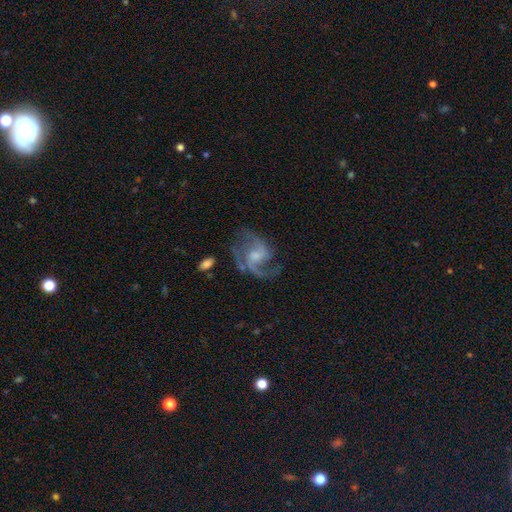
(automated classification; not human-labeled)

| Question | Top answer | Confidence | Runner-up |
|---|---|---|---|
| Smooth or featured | featured or disk | 88% | smooth (6%) |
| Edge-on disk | no | 98% | yes (2%) |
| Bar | no | 49% | weak (43%) |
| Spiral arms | yes | 96% | no (4%) |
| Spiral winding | medium | 52% | loose (34%) |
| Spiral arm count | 2 | 64% | 3 (15%) |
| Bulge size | small | 47% | moderate (39%) |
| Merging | none | 59% | minor disturbance (20%) |